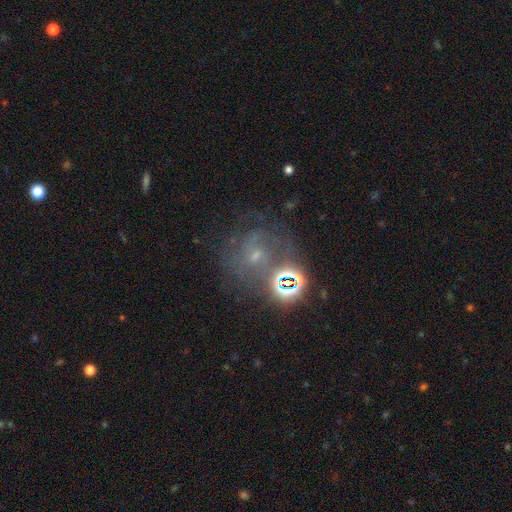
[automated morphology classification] Smooth or featured: featured or disk — 38% (star or artifact — 34%)
Merging: none — 48% (major disturbance — 20%)